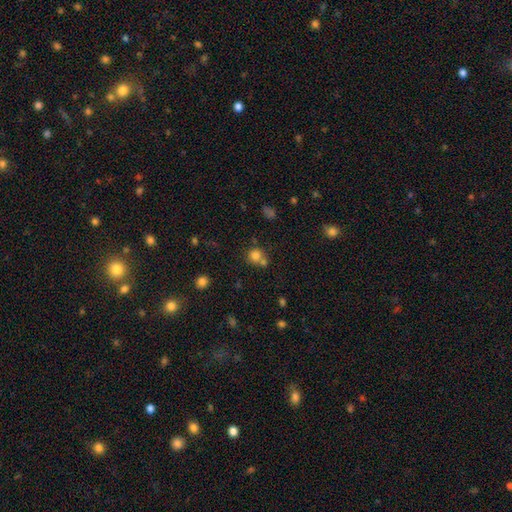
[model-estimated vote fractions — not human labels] Smooth or featured?
  - smooth: 78% *
  - star or artifact: 14%
  - featured or disk: 8%
How rounded?
  - round: 87% *
  - in between: 12%
  - cigar-shaped: 1%
Merging?
  - none: 52% *
  - merger: 36%
  - minor disturbance: 9%
  - major disturbance: 3%